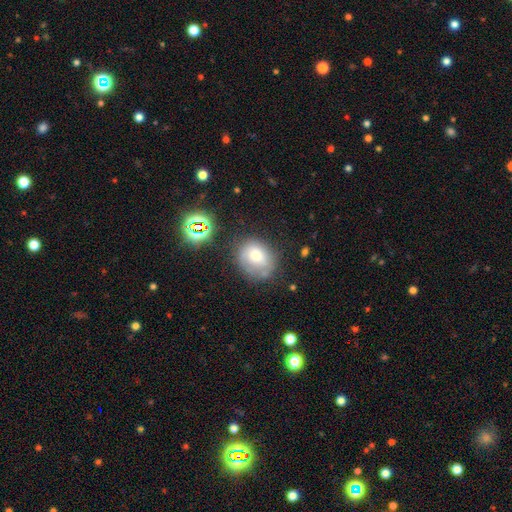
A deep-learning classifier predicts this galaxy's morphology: type=smooth (55%); roundness=round (58%); merging=none (58%).